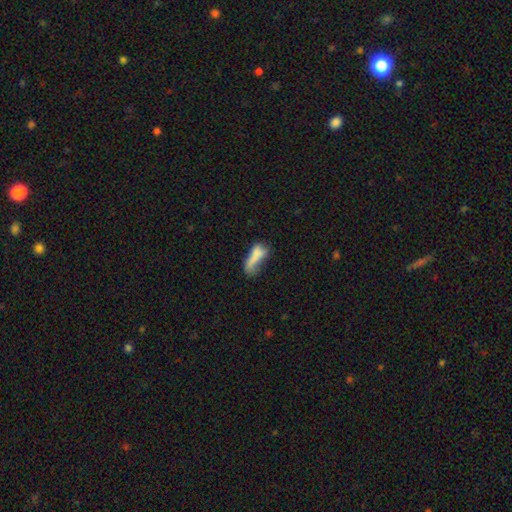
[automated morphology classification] Smooth or featured? smooth (68%)
How rounded? in between (60%)
Merging? major disturbance (34%)